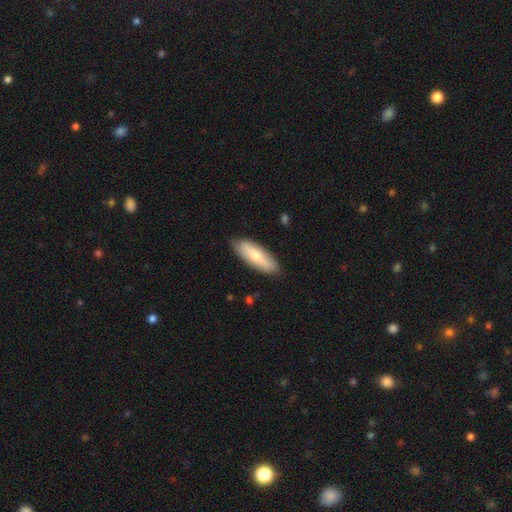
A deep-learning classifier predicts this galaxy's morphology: Smooth or featured: smooth — 69% (featured or disk — 26%)
How rounded: in between — 56% (cigar-shaped — 42%)
Merging: none — 85% (minor disturbance — 12%)